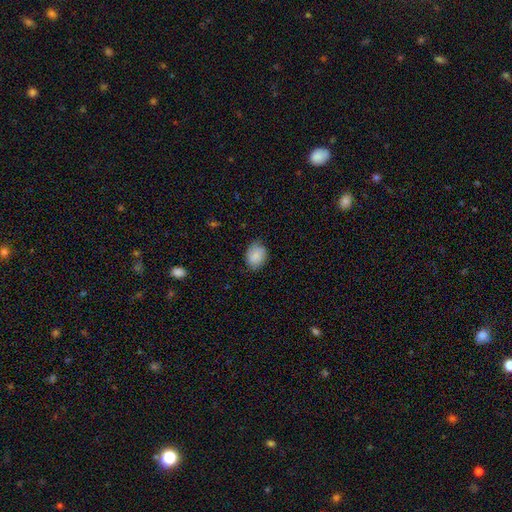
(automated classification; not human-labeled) Morphology: type=smooth (85%); roundness=in between (58%); merging=none (75%).